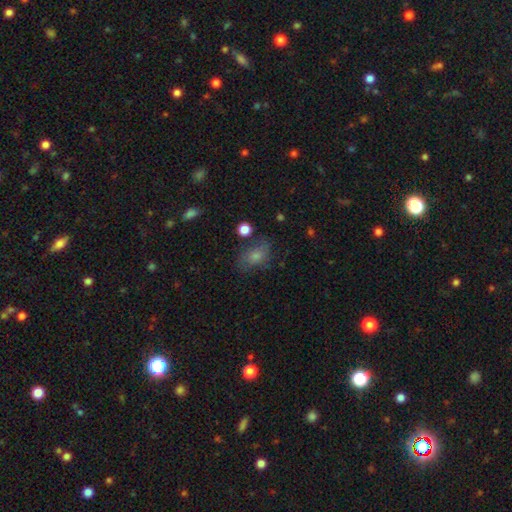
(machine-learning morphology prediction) Q: Smooth or featured?
A: smooth (52%); runner-up: featured or disk (25%)
Q: How rounded?
A: in between (72%); runner-up: round (26%)
Q: Merging?
A: none (68%); runner-up: minor disturbance (20%)